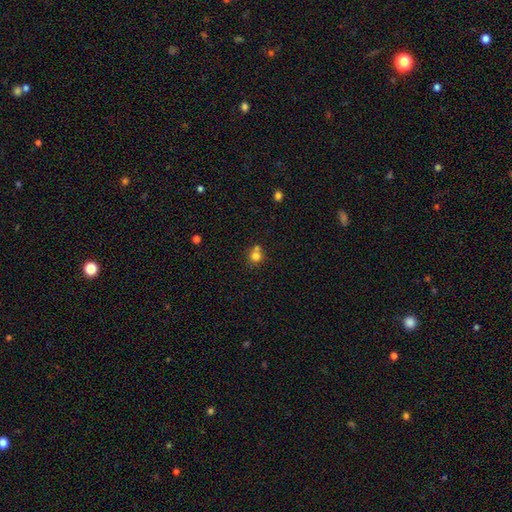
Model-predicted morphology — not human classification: This is likely a smooth galaxy (77%). How rounded: clearly round (87%). Merging: possibly none (52%).